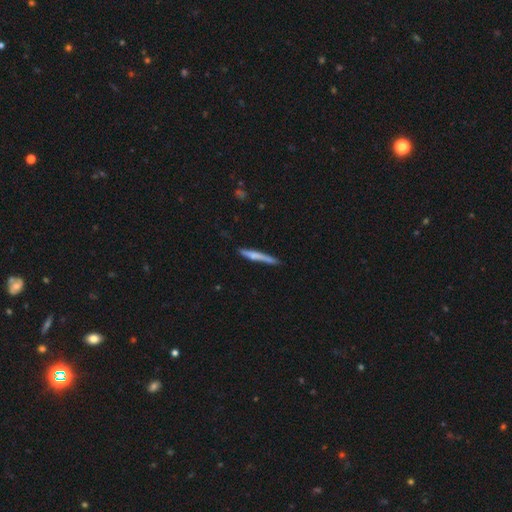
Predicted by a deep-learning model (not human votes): smooth 60%, featured or disk 34%, star or artifact 6%. Down the decision tree: how rounded — cigar-shaped (95%); merging — none (73%).